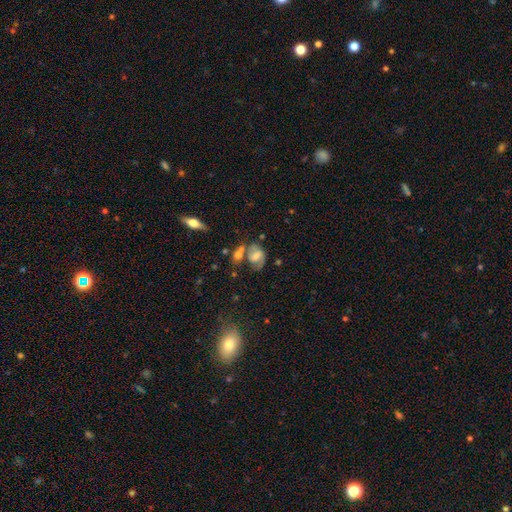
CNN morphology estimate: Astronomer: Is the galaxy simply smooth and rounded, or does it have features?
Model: featured or disk — 54% (runner-up: smooth, 37%).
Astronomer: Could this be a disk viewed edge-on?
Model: no — 96%.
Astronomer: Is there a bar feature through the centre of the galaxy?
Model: weak — 43% (runner-up: no, 39%).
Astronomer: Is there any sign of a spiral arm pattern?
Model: yes — 76%.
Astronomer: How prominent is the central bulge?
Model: moderate — 44% (runner-up: small, 28%).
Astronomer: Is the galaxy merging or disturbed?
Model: none — 43% (runner-up: merger, 24%).